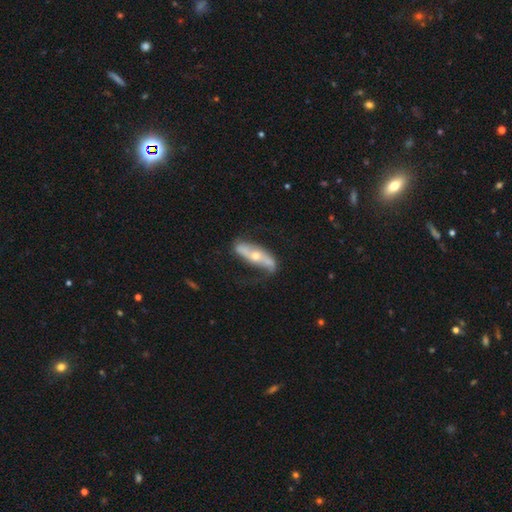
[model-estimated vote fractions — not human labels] Smooth or featured: featured or disk — 73% (smooth — 21%)
Edge-on disk: no — 69% (yes — 31%)
Bar: no — 52% (strong — 31%)
Spiral arms: yes — 77% (no — 23%)
Bulge size: moderate — 51% (small — 44%)
Merging: none — 63% (minor disturbance — 23%)